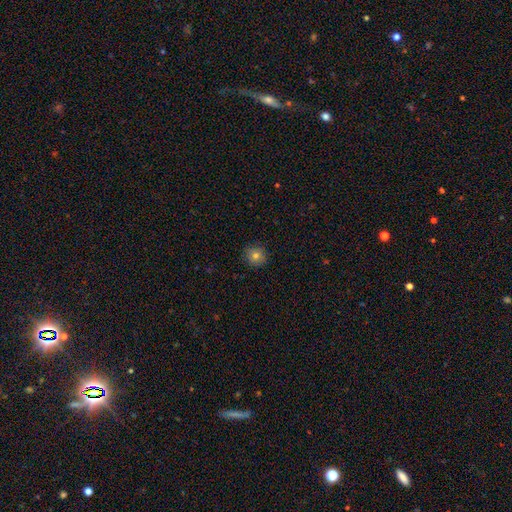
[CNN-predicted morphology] Overall: smooth (79%). How rounded: round (93%). Merging: none (89%).